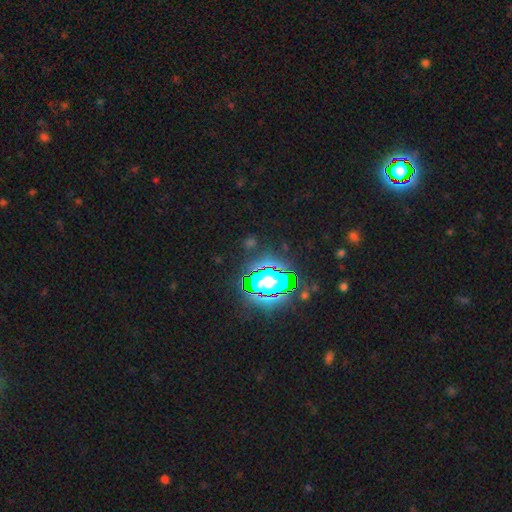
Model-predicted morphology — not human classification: Smooth or featured?
  - star or artifact: 81% *
  - smooth: 11%
  - featured or disk: 8%